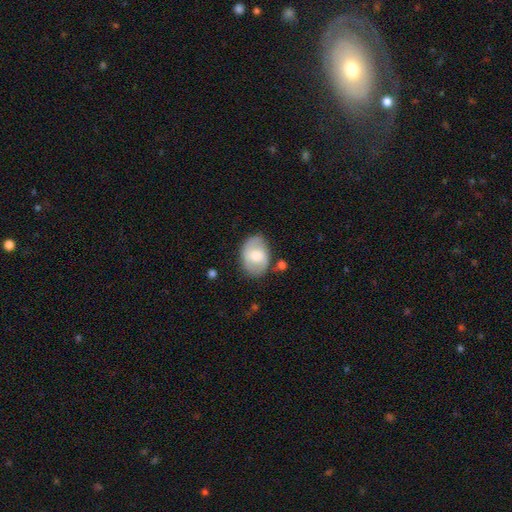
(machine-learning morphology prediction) The model was most divided on "smooth or featured": smooth: 54%, featured or disk: 40%, star or artifact: 6%. More confident: how rounded — in between (78%); merging — none (72%).